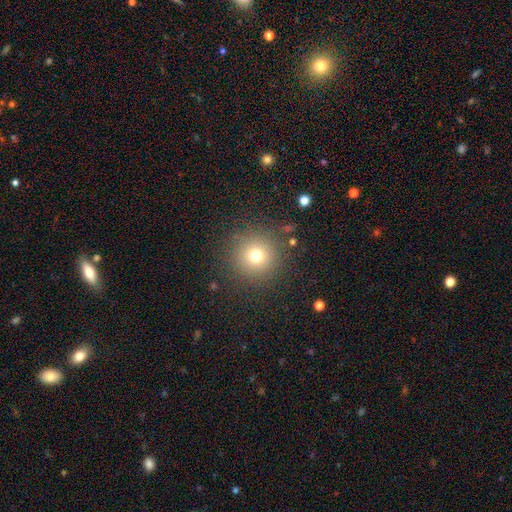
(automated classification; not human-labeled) A smooth galaxy with no disk features (73%) that is round (96%).

Vote fractions:
- Smooth or featured? smooth: 73% / star or artifact: 16% / featured or disk: 11%
- How rounded? round: 96% / in between: 4% / cigar-shaped: 1%
- Merging? none: 87% / minor disturbance: 7% / major disturbance: 4% / merger: 2%